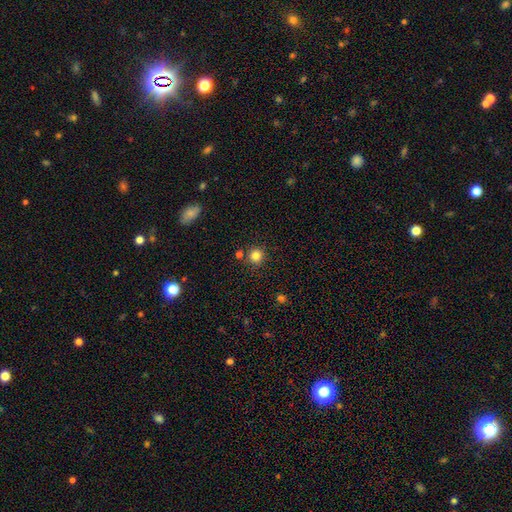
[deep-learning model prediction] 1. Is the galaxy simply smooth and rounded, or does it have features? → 82% smooth, 13% star or artifact, 5% featured or disk.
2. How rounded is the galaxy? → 93% round, 6% in between, 1% cigar-shaped.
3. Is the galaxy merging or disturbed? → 84% none, 8% minor disturbance, 6% merger, 2% major disturbance.